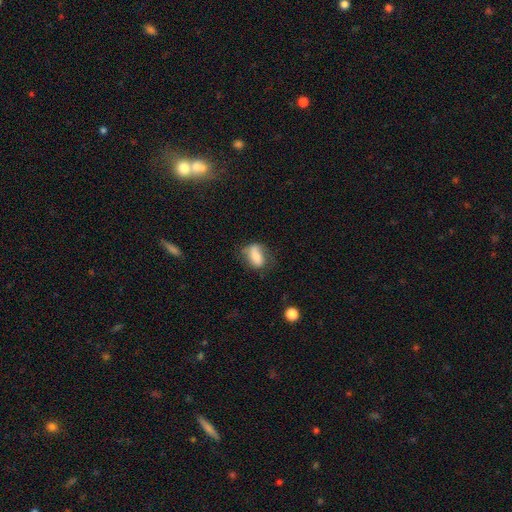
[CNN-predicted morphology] Smooth or featured?
  - smooth: 68% *
  - featured or disk: 23%
  - star or artifact: 8%
How rounded?
  - in between: 82% *
  - round: 13%
  - cigar-shaped: 6%
Merging?
  - none: 51% *
  - minor disturbance: 30%
  - major disturbance: 16%
  - merger: 3%